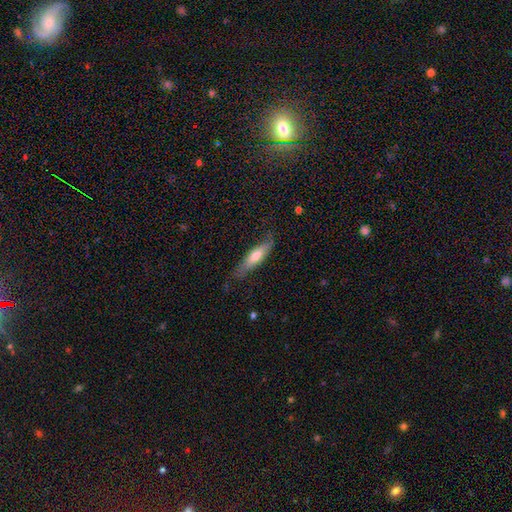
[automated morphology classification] Overall: smooth (59%; featured or disk 35%). How rounded: cigar-shaped (74%). Merging: none (68%).